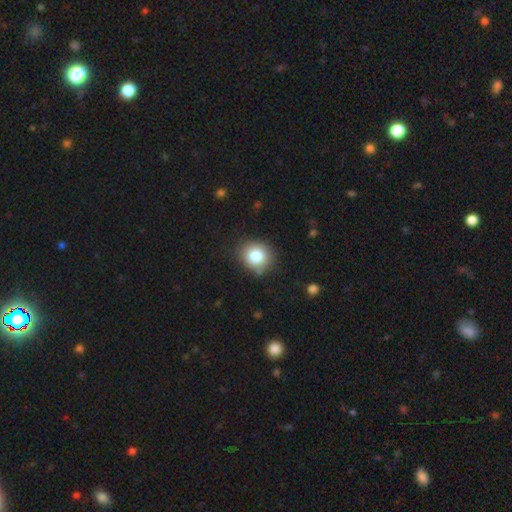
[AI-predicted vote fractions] Q: Smooth or featured?
A: smooth (81%); runner-up: star or artifact (10%)
Q: How rounded?
A: round (77%); runner-up: in between (22%)
Q: Merging?
A: none (81%); runner-up: minor disturbance (13%)